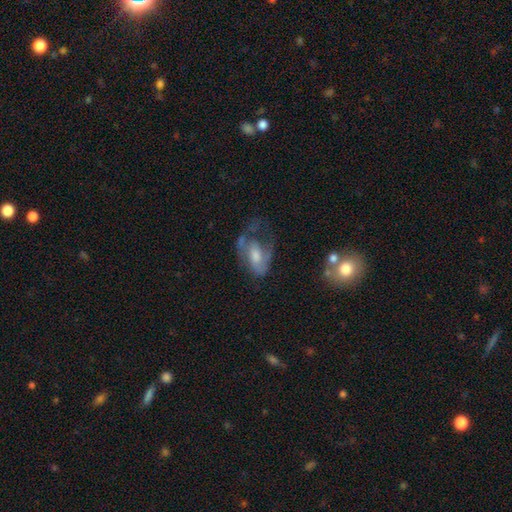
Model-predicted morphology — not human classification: Overall: featured or disk (59%; smooth 33%). Edge-on disk: no (94%). Bar: no (54%; weak 35%). Spiral arms: yes (62%; no 38%). Bulge size: moderate (49%; small 29%). Merging: major disturbance (44%; none 28%).